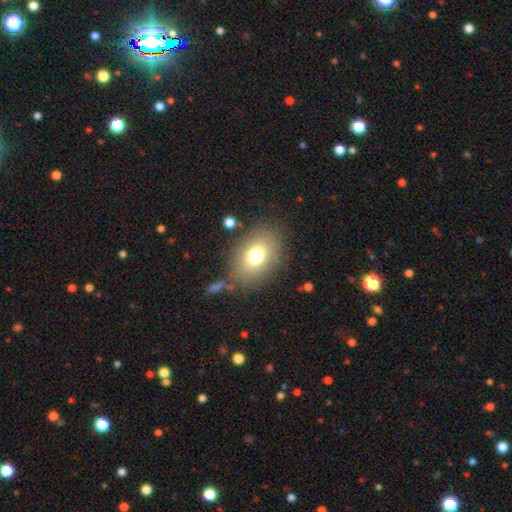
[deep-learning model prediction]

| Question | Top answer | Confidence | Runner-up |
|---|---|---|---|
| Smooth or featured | smooth | 73% | featured or disk (16%) |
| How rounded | in between | 74% | round (25%) |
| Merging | none | 78% | minor disturbance (12%) |